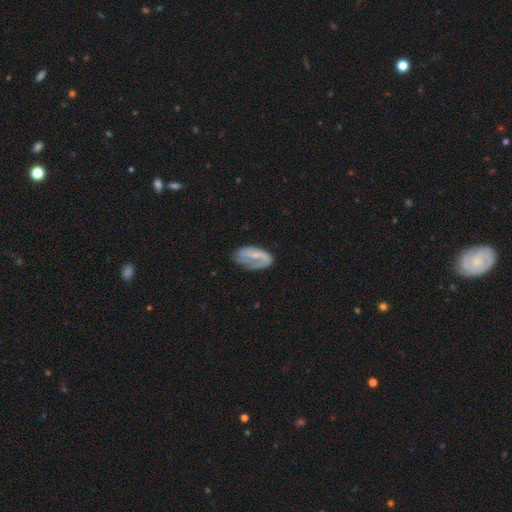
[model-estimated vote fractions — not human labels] A featured or disk galaxy (58%) with a weak bar (38%), spiral arms (69%) and a small central bulge (53%). Merging: none (50%).